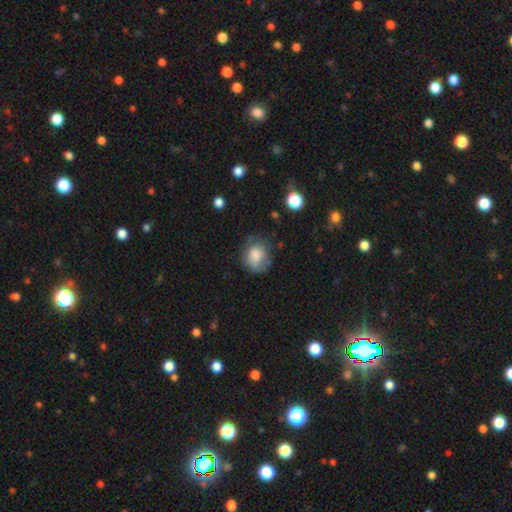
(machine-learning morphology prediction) A smooth galaxy with no disk features (77%) that is round (67%).

Vote fractions:
- Smooth or featured? smooth: 77% / featured or disk: 14% / star or artifact: 9%
- How rounded? round: 67% / in between: 32% / cigar-shaped: 1%
- Merging? none: 58% / minor disturbance: 27% / major disturbance: 13% / merger: 2%